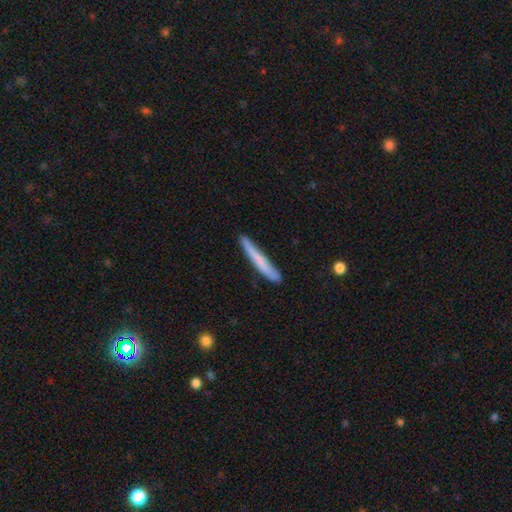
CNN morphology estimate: A smooth galaxy with no disk features (70%) that is cigar-shaped (96%).

Vote fractions:
- Smooth or featured? smooth: 70% / featured or disk: 25% / star or artifact: 6%
- How rounded? cigar-shaped: 96% / in between: 3% / round: 1%
- Merging? none: 83% / minor disturbance: 13% / major disturbance: 2% / merger: 2%